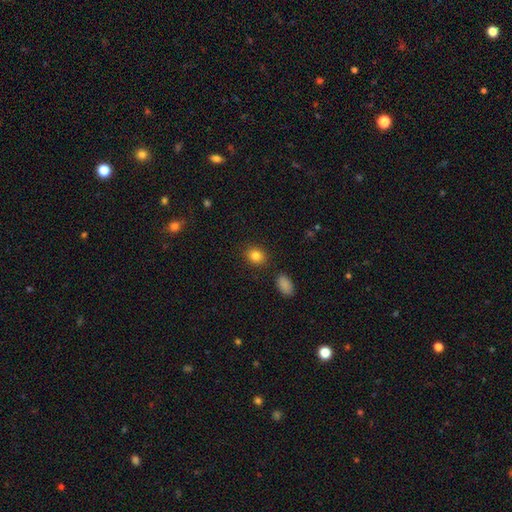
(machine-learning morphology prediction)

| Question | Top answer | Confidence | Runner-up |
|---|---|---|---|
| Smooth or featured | smooth | 84% | star or artifact (10%) |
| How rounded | round | 61% | in between (38%) |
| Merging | none | 87% | minor disturbance (8%) |